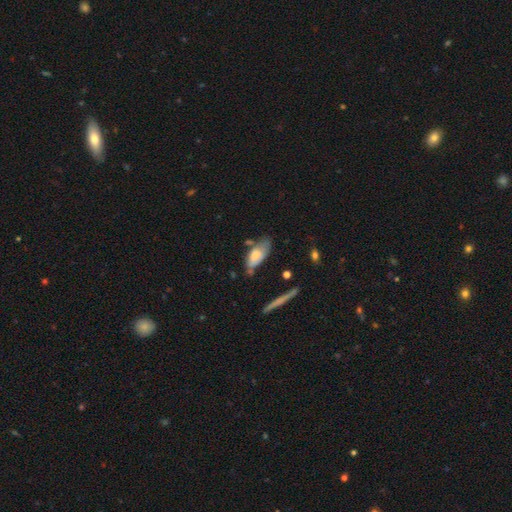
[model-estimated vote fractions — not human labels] smooth 64%, featured or disk 30%, star or artifact 7%. Down the decision tree: how rounded — in between (84%); merging — none (46%).